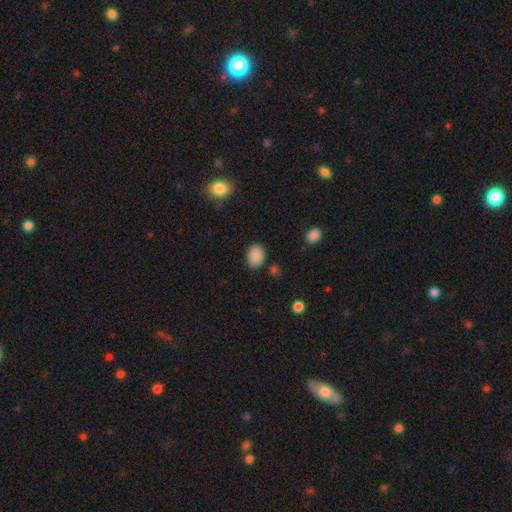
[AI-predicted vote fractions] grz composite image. It shows a smooth galaxy with no disk features (88%) that is in between round and cigar-shaped (68%). Merging: none (83%).